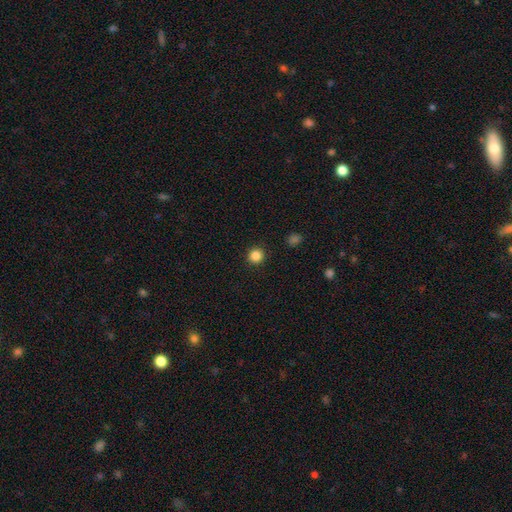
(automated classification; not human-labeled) Smooth or featured? Predicted: smooth (p=0.85). How rounded? Predicted: round (p=0.94). Merging? Predicted: none (p=0.92).